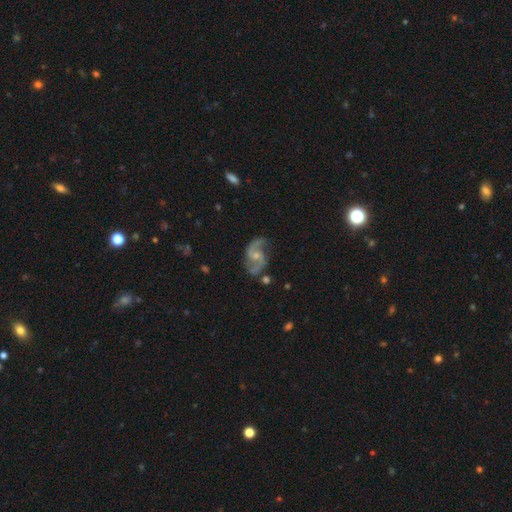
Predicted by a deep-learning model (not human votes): A featured or disk galaxy (88%) with no bar (53%), 2 (92%) loose (46%) spiral arms (97%) and a small central bulge (57%).

Vote fractions:
- Smooth or featured? featured or disk: 88% / smooth: 6% / star or artifact: 6%
- Edge-on disk? no: 98% / yes: 2%
- Bar? no: 53% / weak: 39% / strong: 8%
- Spiral arms? yes: 97% / no: 3%
- Spiral winding? loose: 46% / medium: 44% / tight: 10%
- Spiral arm count? 2: 92% / can't tell: 3% / 3: 2% / 1: 2% / 4: 1% / more than 4: 1%
- Bulge size? small: 57% / moderate: 36% / none: 5% / large: 2% / dominant: 1%
- Merging? none: 70% / minor disturbance: 19% / major disturbance: 9% / merger: 3%